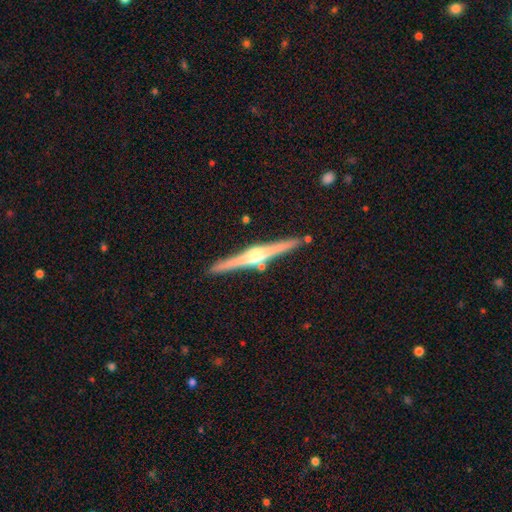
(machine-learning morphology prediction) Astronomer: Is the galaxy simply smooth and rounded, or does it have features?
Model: featured or disk — 82%.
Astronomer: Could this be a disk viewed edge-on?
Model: yes — 99%.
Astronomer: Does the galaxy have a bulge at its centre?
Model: rounded — 93%.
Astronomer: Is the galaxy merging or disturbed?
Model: none — 88%.